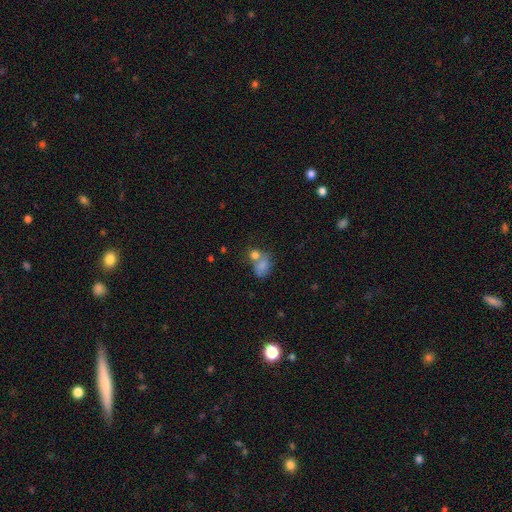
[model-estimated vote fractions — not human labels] This appears to be a smooth galaxy with no disk features (71%) that is in between round and cigar-shaped (60%). Merging: merger (48%).